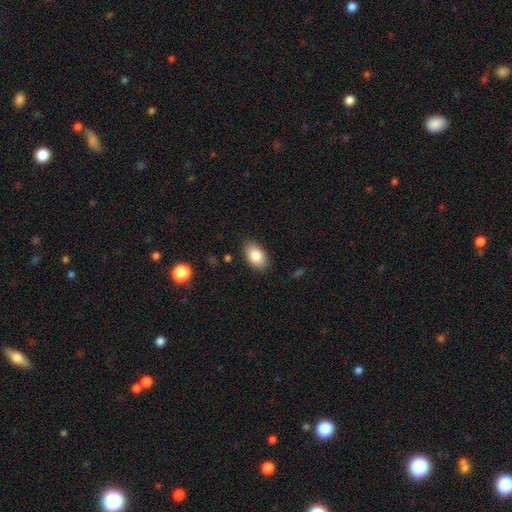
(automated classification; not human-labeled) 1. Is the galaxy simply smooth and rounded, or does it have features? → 83% smooth, 10% featured or disk, 7% star or artifact.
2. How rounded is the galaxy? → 92% in between, 7% round, 1% cigar-shaped.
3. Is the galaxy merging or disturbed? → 86% none, 11% minor disturbance, 2% major disturbance, 1% merger.